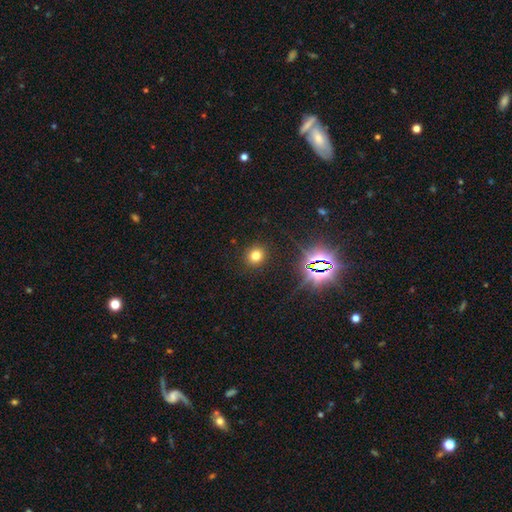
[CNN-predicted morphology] smooth-or-featured: smooth: 71% | star or artifact: 22% | featured or disk: 7%
  how-rounded: round: 83% | in between: 16% | cigar-shaped: 1%
  merging: none: 90% | minor disturbance: 6% | major disturbance: 3% | merger: 1%